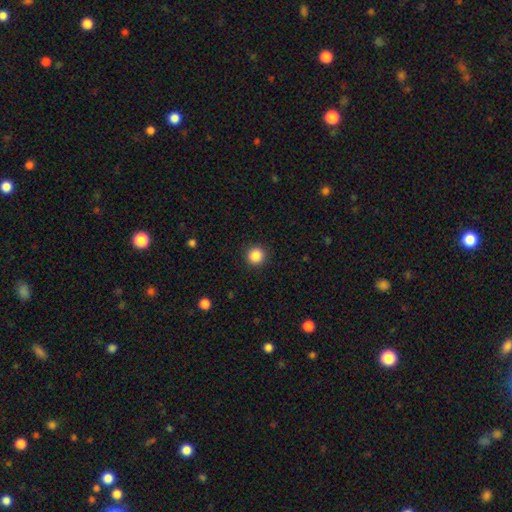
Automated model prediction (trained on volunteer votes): This appears to be a smooth galaxy with no disk features (87%) that is round (94%). Merging: none (92%).